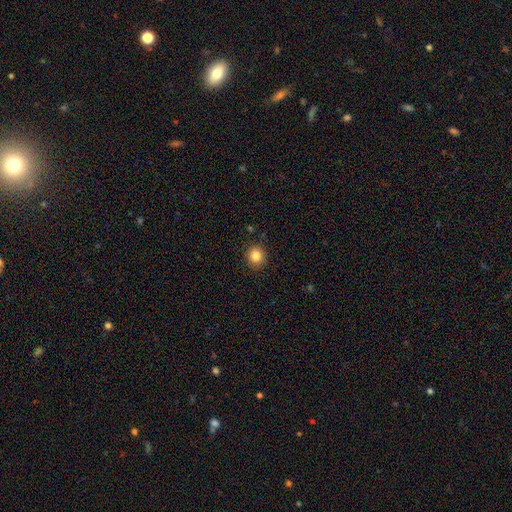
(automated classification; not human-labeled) smooth 85%, star or artifact 11%, featured or disk 5%. Down the decision tree: how rounded — round (88%); merging — none (90%).